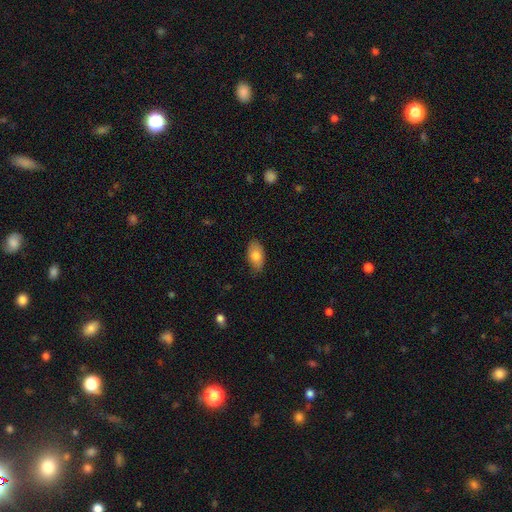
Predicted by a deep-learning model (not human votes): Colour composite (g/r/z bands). It shows a smooth galaxy with no disk features (78%) that is in between round and cigar-shaped (93%). Merging: none (78%).